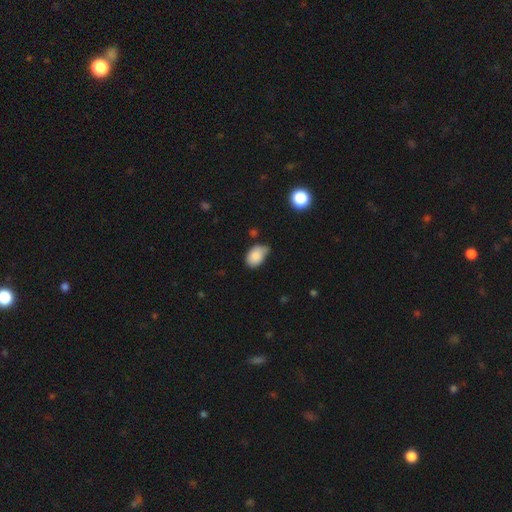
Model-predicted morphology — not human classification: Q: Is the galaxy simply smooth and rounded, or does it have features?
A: smooth — 86%.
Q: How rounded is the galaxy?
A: in between — 83%.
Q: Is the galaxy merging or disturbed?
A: minor disturbance — 44%, tied with none.